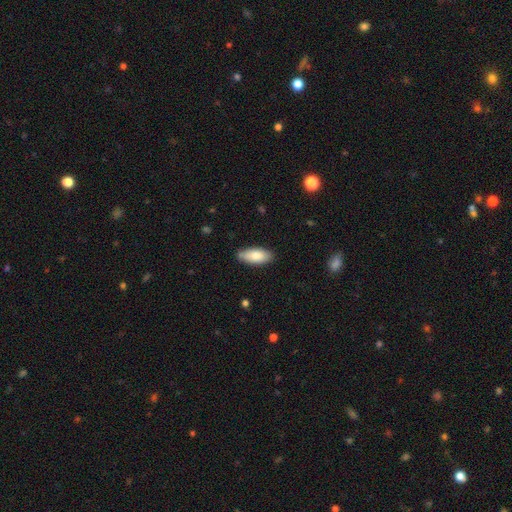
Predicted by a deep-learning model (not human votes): A smooth galaxy with no disk features (80%) that is in between round and cigar-shaped (85%). Merging: none (81%).